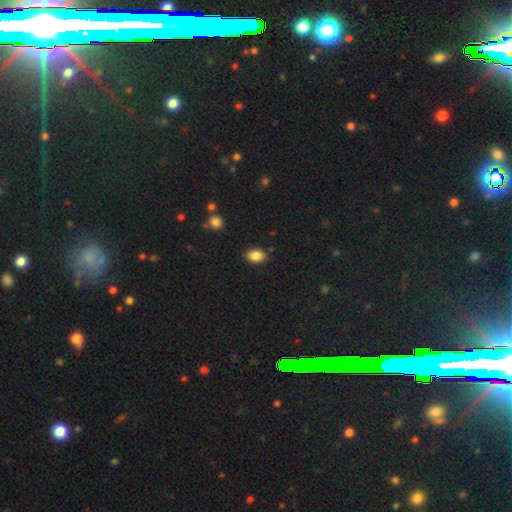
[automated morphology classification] The model was most divided on "how rounded": in between: 71%, round: 28%, cigar-shaped: 1%. More confident: smooth or featured — smooth (87%); merging — none (87%).